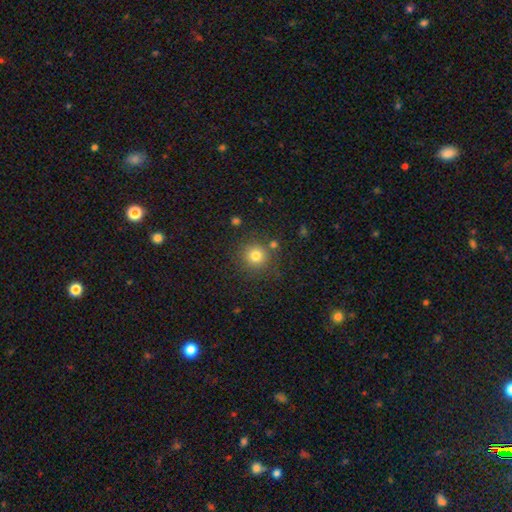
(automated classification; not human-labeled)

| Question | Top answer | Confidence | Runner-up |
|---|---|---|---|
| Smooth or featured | smooth | 79% | star or artifact (14%) |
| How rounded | round | 94% | in between (5%) |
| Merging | none | 82% | minor disturbance (9%) |